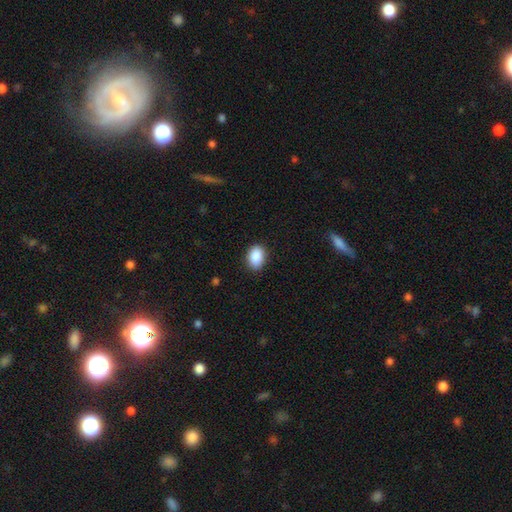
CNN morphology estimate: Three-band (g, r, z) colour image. It shows a smooth galaxy with no disk features (89%) that is in between round and cigar-shaped (79%). Merging: none (86%).